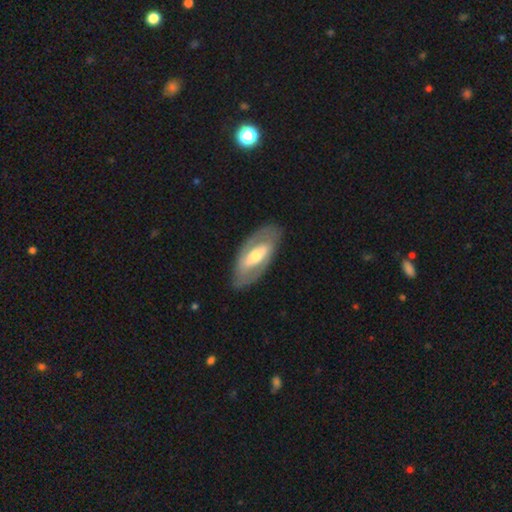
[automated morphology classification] smooth-or-featured: featured or disk: 69% | smooth: 27% | star or artifact: 4%
  disk-edge-on: no: 88% | yes: 12%
    bar: strong: 47% | weak: 30% | no: 23%
    has-spiral-arms: yes: 50% (tied) | no: 50% (tied)
    bulge-size: moderate: 64% | small: 24% | large: 10% | none: 1% | dominant: 1%
  merging: none: 83% | minor disturbance: 12% | major disturbance: 4% | merger: 1%